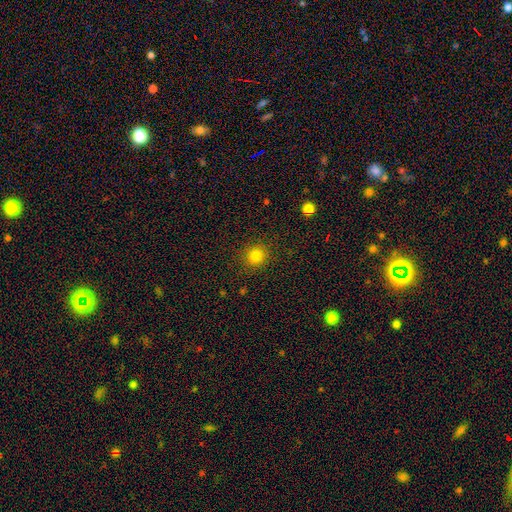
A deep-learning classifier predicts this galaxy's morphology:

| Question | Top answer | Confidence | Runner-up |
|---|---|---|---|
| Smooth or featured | smooth | 82% | star or artifact (13%) |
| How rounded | round | 90% | in between (9%) |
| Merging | none | 90% | minor disturbance (7%) |